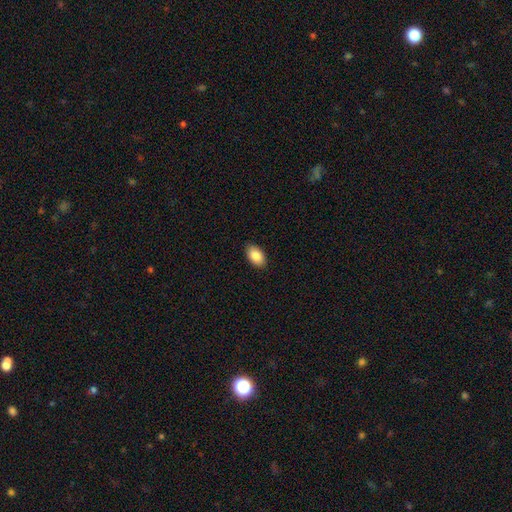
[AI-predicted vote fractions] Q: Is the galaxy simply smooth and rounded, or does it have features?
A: smooth — 88%.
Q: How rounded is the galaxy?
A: in between — 93%.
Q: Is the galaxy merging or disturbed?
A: none — 89%.